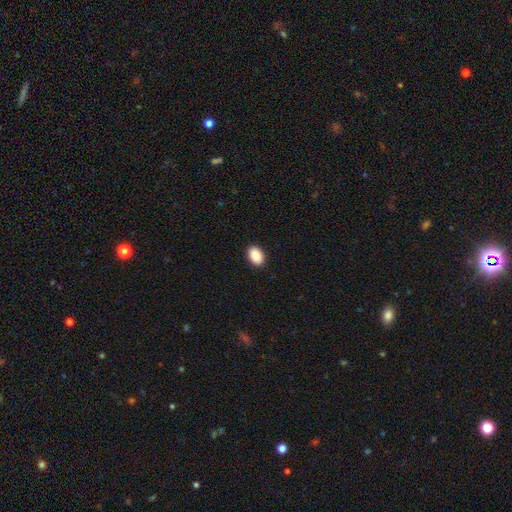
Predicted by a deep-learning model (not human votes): This appears to be a smooth galaxy with no disk features (91%) that is in between round and cigar-shaped (88%). Merging: none (90%).